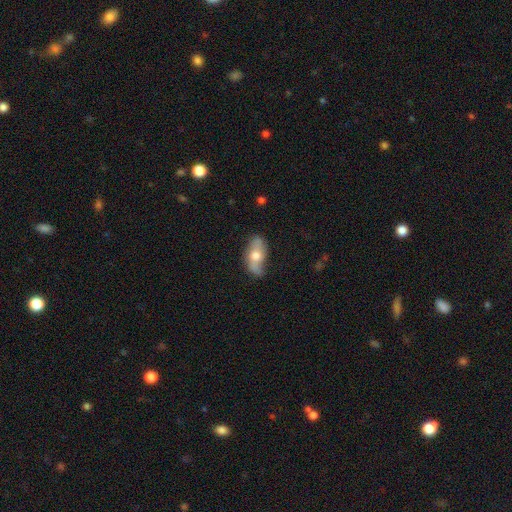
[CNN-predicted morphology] Q: Smooth or featured?
A: smooth (47%); runner-up: featured or disk (46%)
Q: Merging?
A: none (64%); runner-up: minor disturbance (26%)